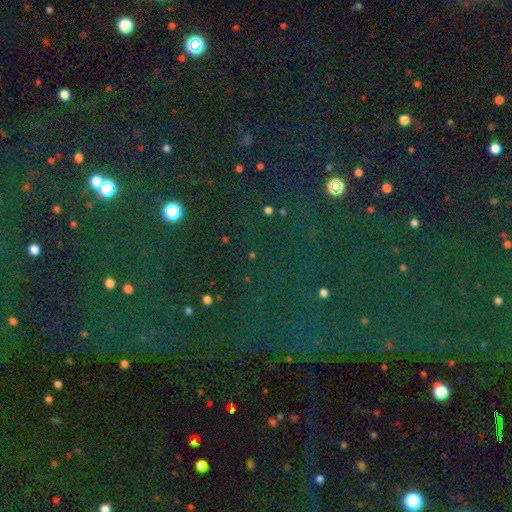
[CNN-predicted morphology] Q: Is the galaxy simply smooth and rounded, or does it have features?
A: star or artifact — 82%.